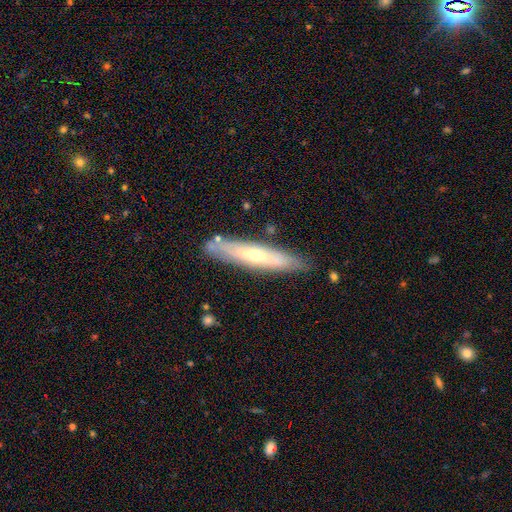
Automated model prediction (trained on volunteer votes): Smooth or featured? Predicted: featured or disk (p=0.64). Edge-on disk? Predicted: yes (p=0.70). Merging? Predicted: none (p=0.81).